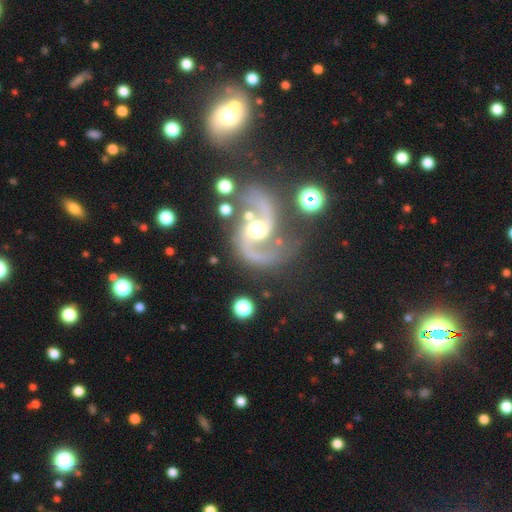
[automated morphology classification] A featured or disk galaxy (92%) with no bar (53%), 2 (94%) medium (49%) spiral arms (98%) and a moderate central bulge (68%).

Vote fractions:
- Smooth or featured? featured or disk: 92% / star or artifact: 5% / smooth: 3%
- Edge-on disk? no: 98% / yes: 2%
- Bar? no: 53% / weak: 32% / strong: 15%
- Spiral arms? yes: 98% / no: 2%
- Spiral winding? medium: 49% / loose: 41% / tight: 9%
- Spiral arm count? 2: 94% / 1: 2% / can't tell: 1% / 3: 1% / 4: 1% / more than 4: 1%
- Bulge size? moderate: 68% / small: 20% / large: 9% / none: 2% / dominant: 2%
- Merging? none: 63% / minor disturbance: 16% / major disturbance: 11% / merger: 10%